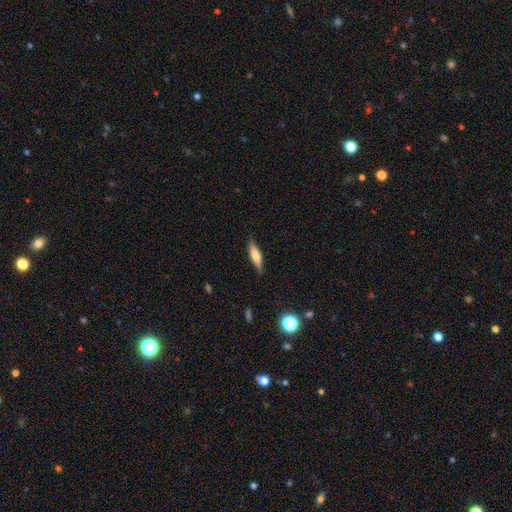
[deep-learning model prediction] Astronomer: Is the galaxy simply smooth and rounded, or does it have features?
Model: smooth — 55% (runner-up: featured or disk, 38%).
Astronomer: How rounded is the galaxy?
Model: cigar-shaped — 65%.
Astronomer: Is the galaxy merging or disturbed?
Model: none — 83%.